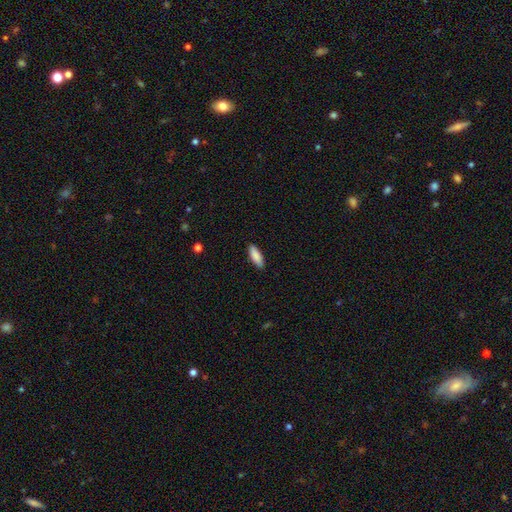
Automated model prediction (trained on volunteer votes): Smooth or featured: smooth — 88% (featured or disk — 6%)
How rounded: in between — 64% (cigar-shaped — 34%)
Merging: none — 88% (minor disturbance — 9%)